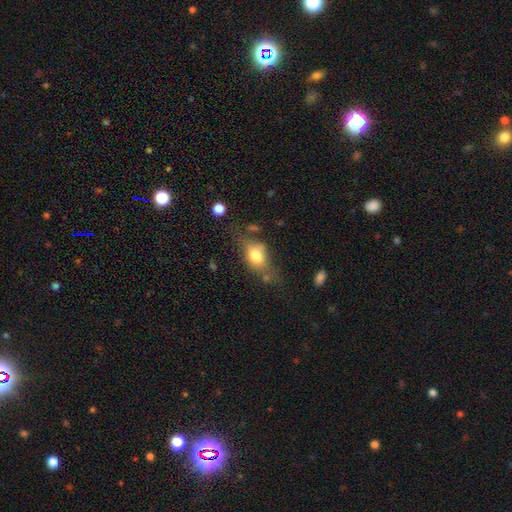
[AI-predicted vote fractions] A smooth galaxy with no disk features (69%) that is in between round and cigar-shaped (77%). Merging: none (50%).